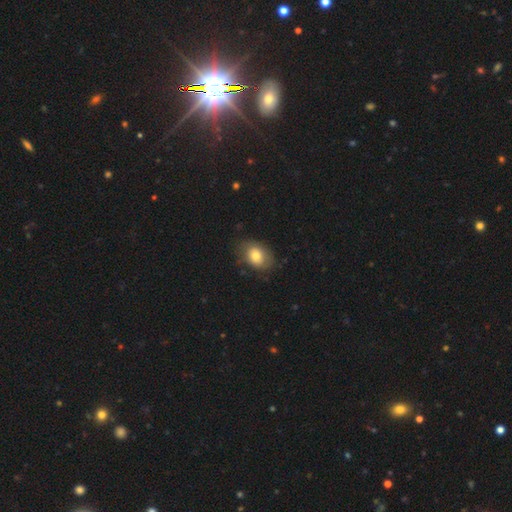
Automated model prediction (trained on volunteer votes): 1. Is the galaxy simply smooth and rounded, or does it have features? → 74% smooth, 18% featured or disk, 8% star or artifact.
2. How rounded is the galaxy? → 67% in between, 32% round, 1% cigar-shaped.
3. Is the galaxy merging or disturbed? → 74% none, 19% minor disturbance, 6% major disturbance, 1% merger.